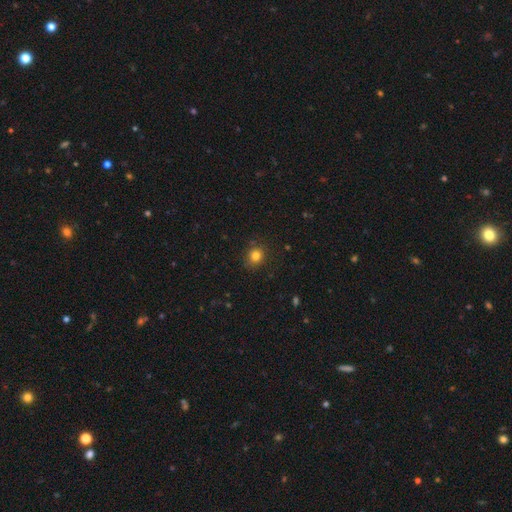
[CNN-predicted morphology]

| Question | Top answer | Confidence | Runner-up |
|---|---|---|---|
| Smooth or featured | smooth | 80% | star or artifact (14%) |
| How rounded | round | 80% | in between (19%) |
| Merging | none | 86% | minor disturbance (10%) |